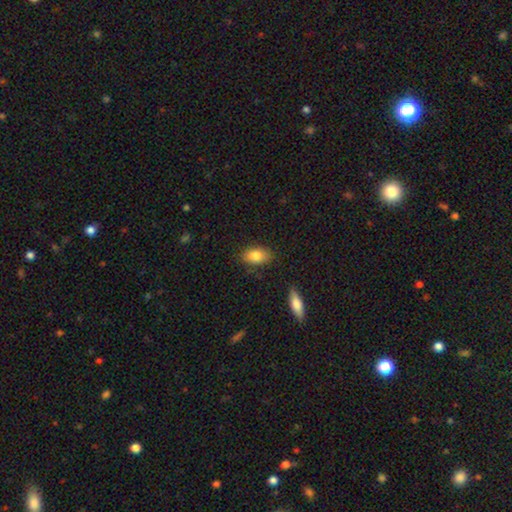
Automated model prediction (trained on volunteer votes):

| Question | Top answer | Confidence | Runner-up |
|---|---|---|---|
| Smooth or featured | smooth | 83% | featured or disk (9%) |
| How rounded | in between | 88% | round (9%) |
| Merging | none | 81% | minor disturbance (14%) |